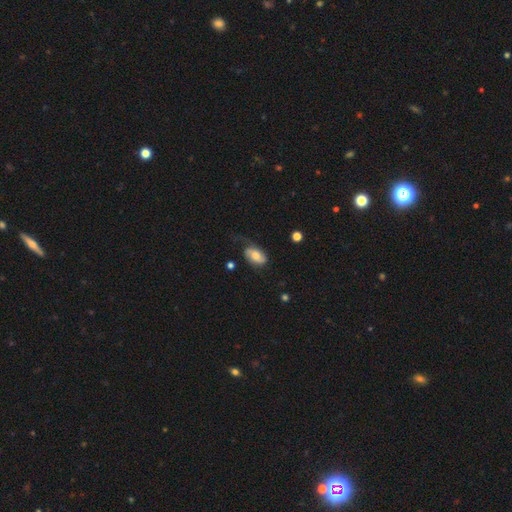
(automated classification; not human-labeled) smooth_or_featured: smooth (p=0.50) [alt: featured or disk p=0.42]
how_rounded: in between (p=0.90) [alt: round p=0.08]
merging: none (p=0.43) [alt: minor disturbance p=0.31]